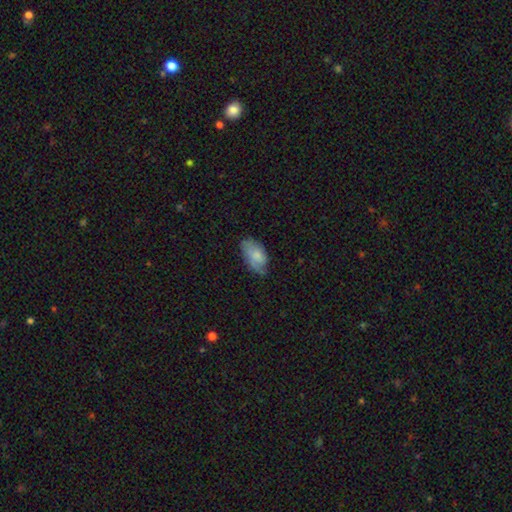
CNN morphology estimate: This is likely a smooth galaxy (65%). How rounded: clearly in between (93%). Merging: possibly none (55%).